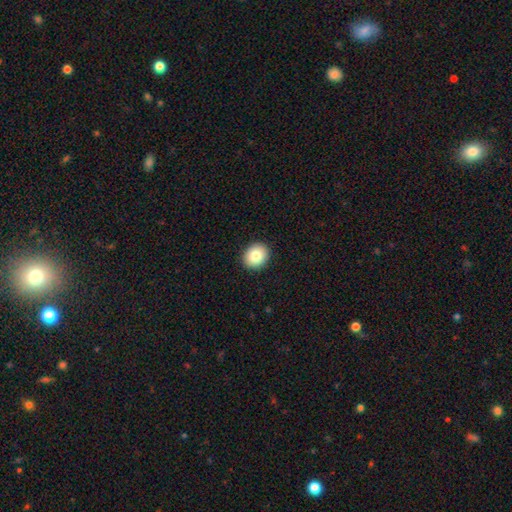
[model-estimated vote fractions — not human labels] Morphology: type=smooth (82%); roundness=round (70%); merging=none (92%).